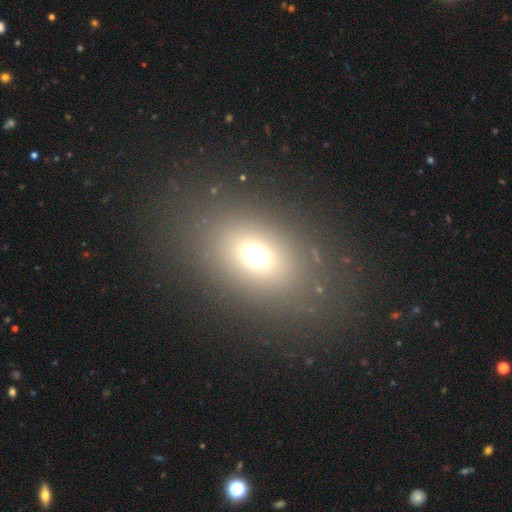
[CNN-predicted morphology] A smooth galaxy with no disk features (67%) that is in between round and cigar-shaped (70%).

Vote fractions:
- Smooth or featured? smooth: 67% / star or artifact: 19% / featured or disk: 13%
- How rounded? in between: 70% / round: 28% / cigar-shaped: 2%
- Merging? none: 82% / minor disturbance: 9% / major disturbance: 7% / merger: 2%